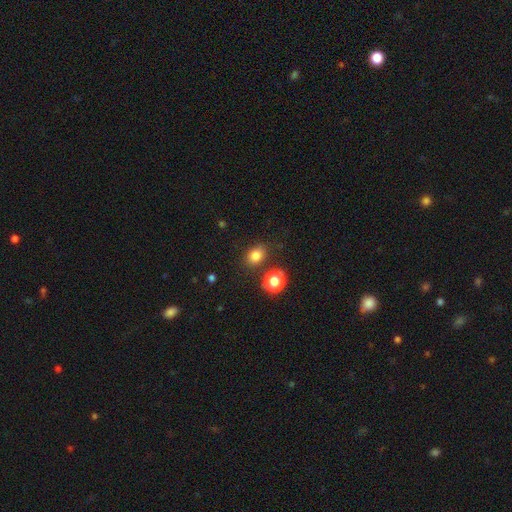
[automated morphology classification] Smooth or featured? smooth (80%)
How rounded? in between (55%)
Merging? none (78%)